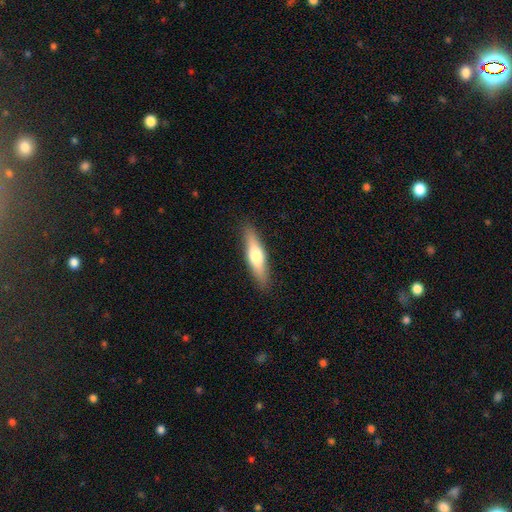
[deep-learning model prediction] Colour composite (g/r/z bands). It shows a smooth galaxy with no disk features (57%) that is cigar-shaped (75%). Merging: none (88%).